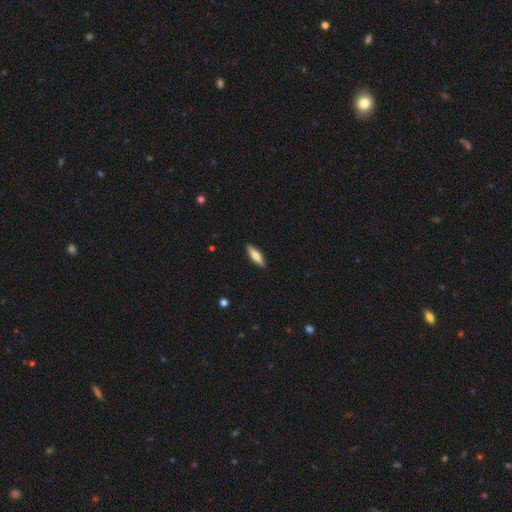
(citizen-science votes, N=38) Morphology: type=smooth (82%); roundness=cigar-shaped (74%); merging=none (100%).